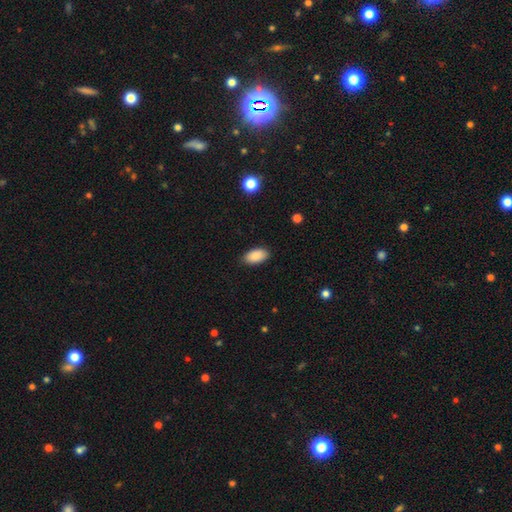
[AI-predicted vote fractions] Smooth or featured? smooth (90%)
How rounded? in between (95%)
Merging? none (87%)